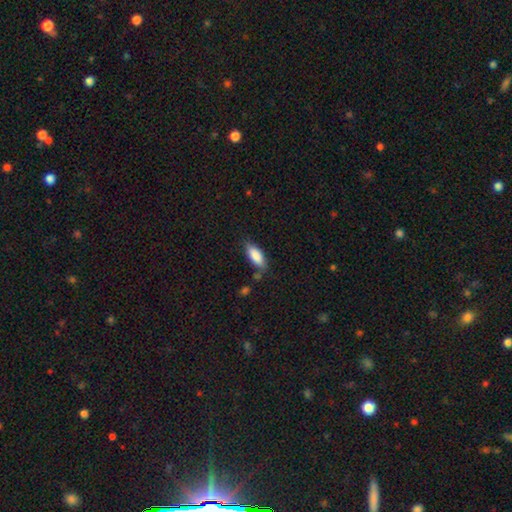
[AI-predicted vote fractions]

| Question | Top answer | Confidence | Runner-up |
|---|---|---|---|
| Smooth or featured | smooth | 85% | featured or disk (8%) |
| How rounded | in between | 78% | cigar-shaped (20%) |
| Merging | none | 71% | minor disturbance (19%) |